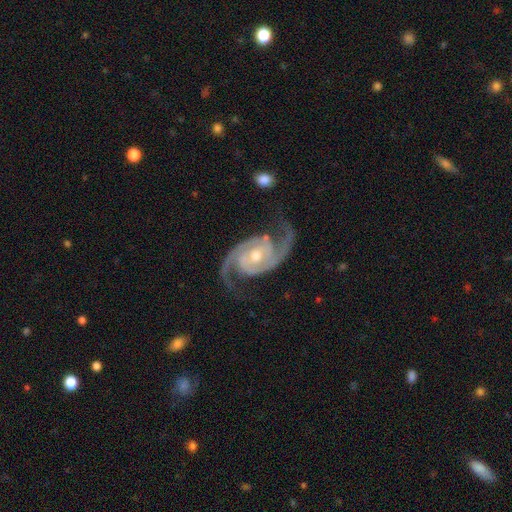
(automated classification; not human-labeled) Smooth or featured: featured or disk — 94% (star or artifact — 4%)
Edge-on disk: no — 98% (yes — 2%)
Bar: no — 59% (weak — 29%)
Spiral arms: yes — 99% (no — 1%)
Spiral winding: medium — 58% (tight — 26%)
Spiral arm count: 2 — 94% (3 — 2%)
Bulge size: moderate — 64% (small — 31%)
Merging: none — 79% (minor disturbance — 14%)